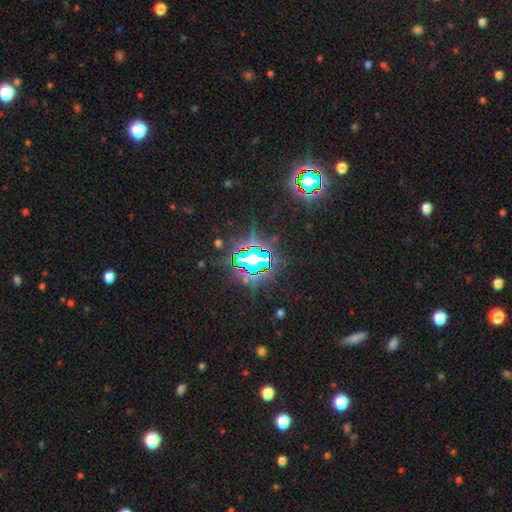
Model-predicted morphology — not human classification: The model was most divided on "smooth or featured": star or artifact: 79%, smooth: 11%, featured or disk: 10%.